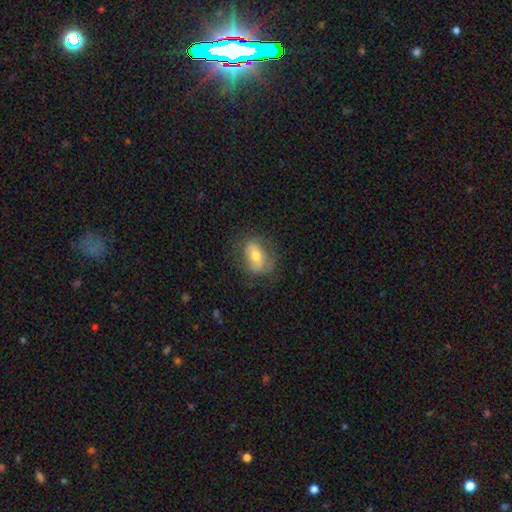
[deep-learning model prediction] Smooth or featured?
  - smooth: 53% *
  - featured or disk: 39%
  - star or artifact: 9%
How rounded?
  - in between: 79% *
  - round: 17%
  - cigar-shaped: 4%
Merging?
  - none: 69% *
  - minor disturbance: 19%
  - major disturbance: 10%
  - merger: 1%